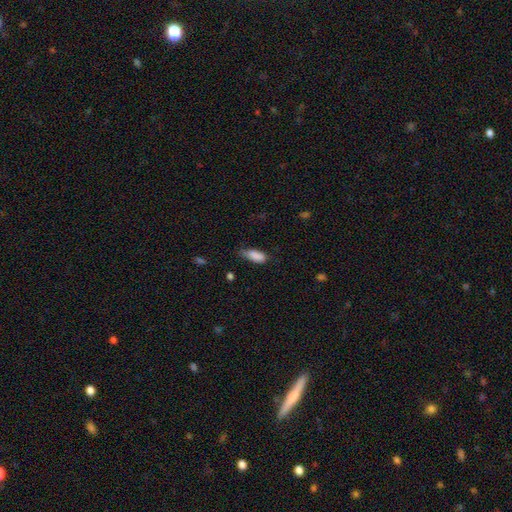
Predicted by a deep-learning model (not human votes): Smooth or featured?
  - smooth: 85% *
  - star or artifact: 8%
  - featured or disk: 6%
How rounded?
  - in between: 79% *
  - cigar-shaped: 18%
  - round: 3%
Merging?
  - none: 47% *
  - minor disturbance: 40%
  - major disturbance: 11%
  - merger: 2%